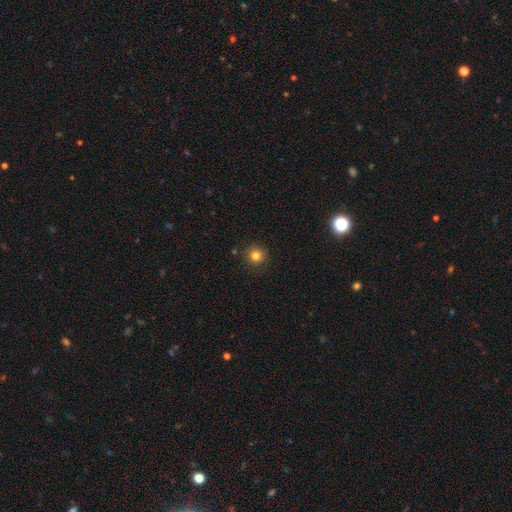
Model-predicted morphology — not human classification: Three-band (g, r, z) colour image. It shows a smooth galaxy with no disk features (81%) that is round (94%). Merging: none (88%).